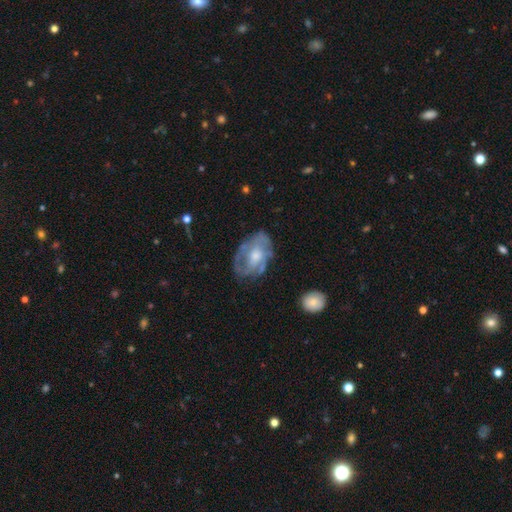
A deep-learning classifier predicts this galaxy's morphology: A featured or disk galaxy (70%) with no bar (69%), spiral arms (72%) and a moderate central bulge (53%).

Vote fractions:
- Smooth or featured? featured or disk: 70% / smooth: 23% / star or artifact: 6%
- Edge-on disk? no: 96% / yes: 4%
- Bar? no: 69% / weak: 26% / strong: 5%
- Spiral arms? yes: 72% / no: 28%
- Bulge size? moderate: 53% / small: 28% / large: 11% / none: 6% / dominant: 1%
- Merging? none: 58% / minor disturbance: 24% / major disturbance: 16% / merger: 2%